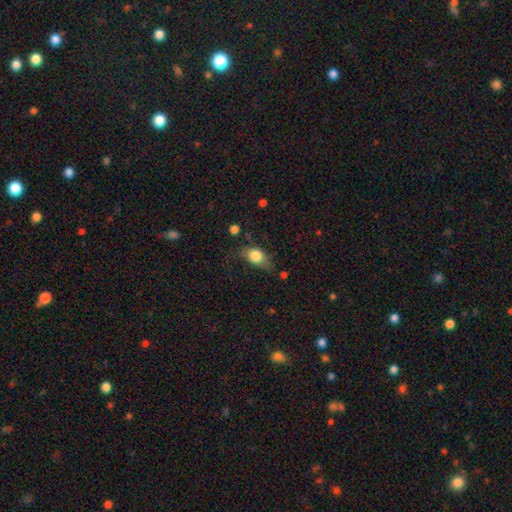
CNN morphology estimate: smooth 79%, featured or disk 13%, star or artifact 8%. Down the decision tree: how rounded — in between (74%); merging — none (43%).